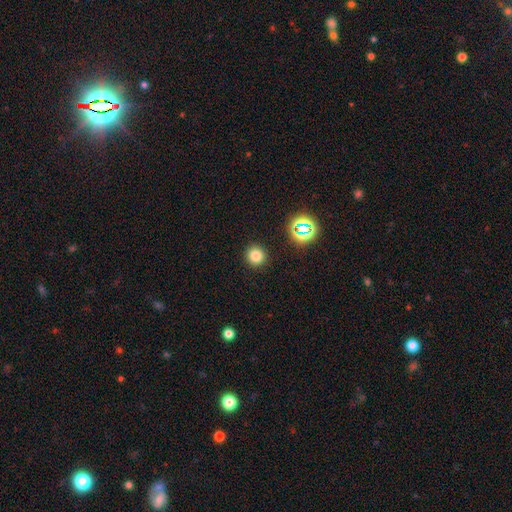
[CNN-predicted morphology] Smooth or featured: smooth — 77% (star or artifact — 18%)
How rounded: round — 92% (in between — 7%)
Merging: none — 91% (minor disturbance — 6%)